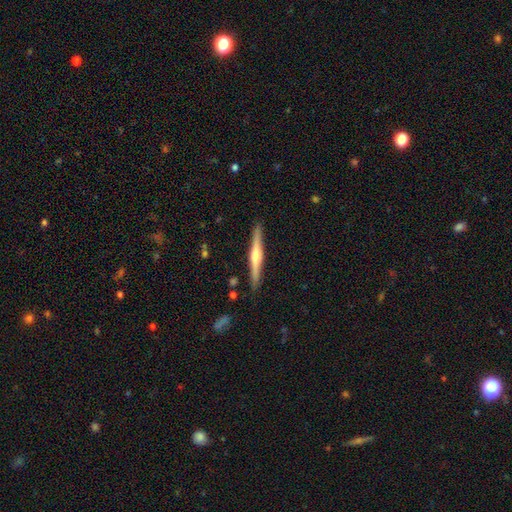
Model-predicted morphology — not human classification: type=featured or disk (69%); edge-on=yes (98%); edge-on bulge=rounded (79%); merging=none (90%).